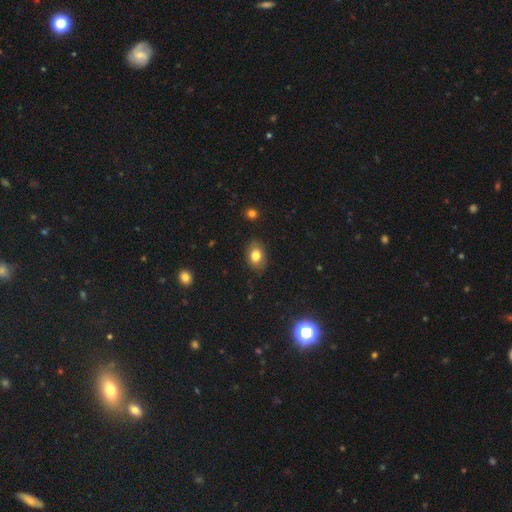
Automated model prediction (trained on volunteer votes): smooth 79%, featured or disk 11%, star or artifact 10%. Down the decision tree: how rounded — in between (73%); merging — none (84%).